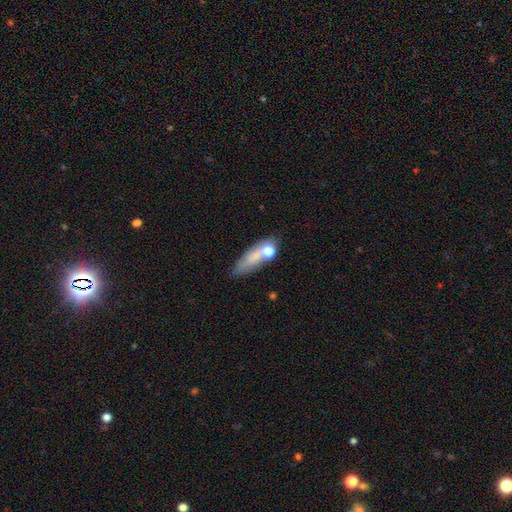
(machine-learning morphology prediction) Q: Smooth or featured?
A: smooth (66%); runner-up: featured or disk (23%)
Q: How rounded?
A: in between (51%); runner-up: cigar-shaped (41%)
Q: Merging?
A: none (56%); runner-up: minor disturbance (19%)